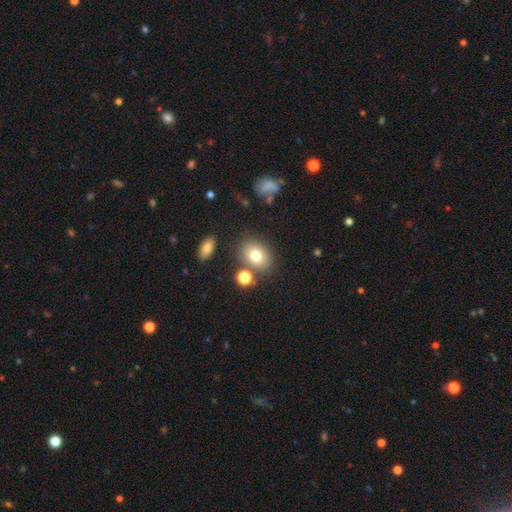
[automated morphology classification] Smooth or featured?
  - smooth: 76% *
  - featured or disk: 12%
  - star or artifact: 12%
How rounded?
  - in between: 57% *
  - round: 42%
  - cigar-shaped: 1%
Merging?
  - none: 74% *
  - minor disturbance: 12%
  - merger: 10%
  - major disturbance: 4%